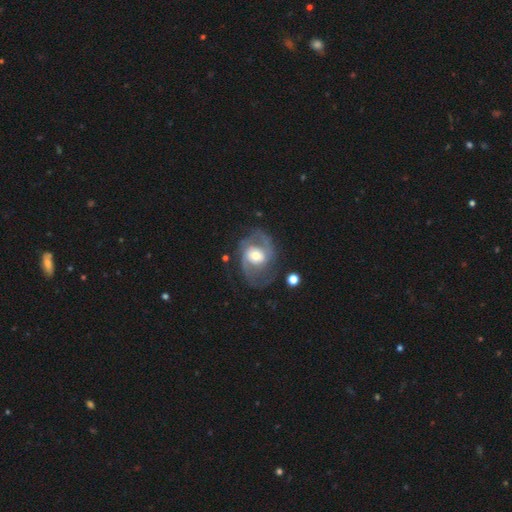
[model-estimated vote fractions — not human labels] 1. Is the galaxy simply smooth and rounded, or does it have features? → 82% featured or disk, 13% smooth, 5% star or artifact.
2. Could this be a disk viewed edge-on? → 97% no, 3% yes.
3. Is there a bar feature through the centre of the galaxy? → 57% no, 32% weak, 11% strong.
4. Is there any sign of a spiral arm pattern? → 90% yes, 10% no.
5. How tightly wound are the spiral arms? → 51% medium, 27% tight, 22% loose.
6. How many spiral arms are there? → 78% 2, 9% can't tell, 6% 3, 4% 1, 2% 4, 2% more than 4.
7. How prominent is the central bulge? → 60% moderate, 20% small, 17% large, 2% dominant, 1% none.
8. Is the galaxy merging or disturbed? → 62% none, 18% minor disturbance, 18% major disturbance, 3% merger.